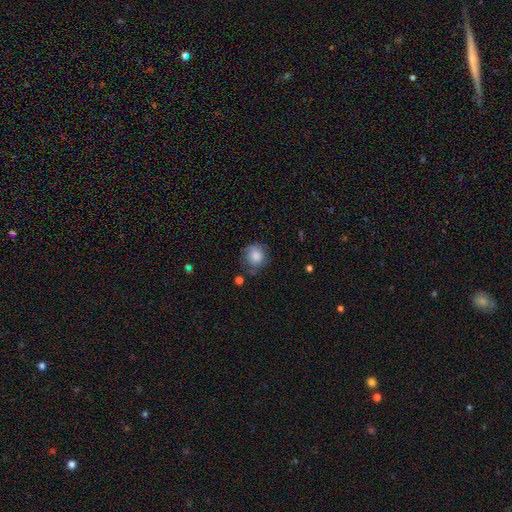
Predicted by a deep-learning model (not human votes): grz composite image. It shows a smooth galaxy with no disk features (77%) that is round (84%). Merging: none (61%).